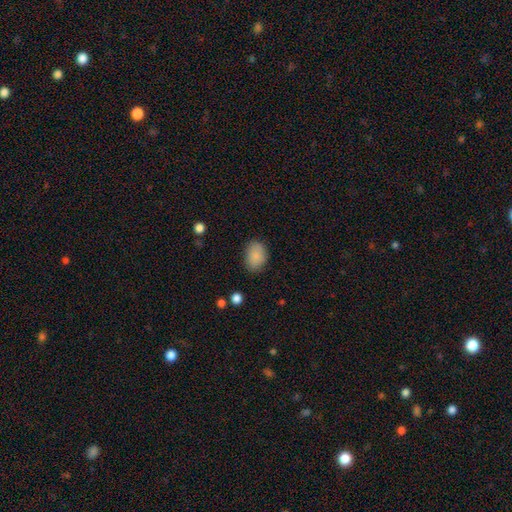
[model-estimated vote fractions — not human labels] smooth-or-featured: smooth: 86% | star or artifact: 8% | featured or disk: 6%
  how-rounded: in between: 75% | round: 24% | cigar-shaped: 1%
  merging: none: 81% | minor disturbance: 14% | major disturbance: 4% | merger: 1%